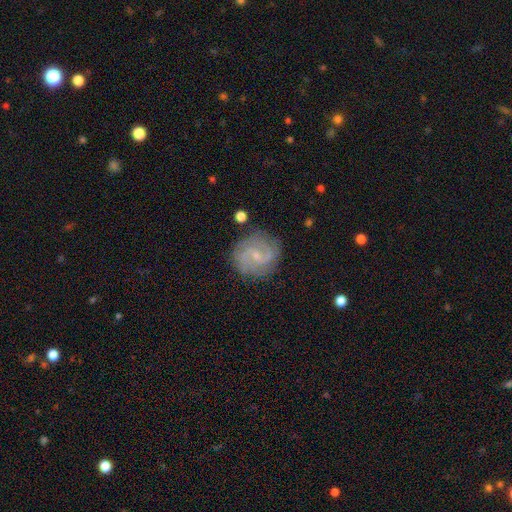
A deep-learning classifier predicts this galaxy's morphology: Overall: featured or disk (80%). Edge-on disk: no (98%). Bar: weak (56%; no 32%). Spiral arms: yes (95%). Spiral arm count: 2 (77%). Spiral winding: medium (49%; tight 30%). Bulge size: small (72%). Merging: none (80%).